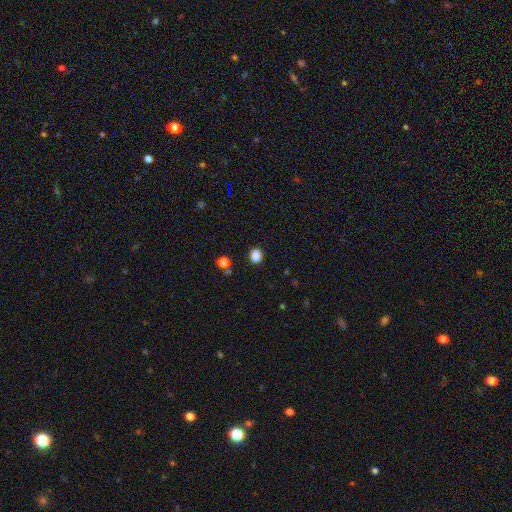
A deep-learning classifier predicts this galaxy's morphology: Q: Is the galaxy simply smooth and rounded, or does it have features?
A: smooth — 85%.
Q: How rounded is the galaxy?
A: round — 55%.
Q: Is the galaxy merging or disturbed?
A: none — 88%.